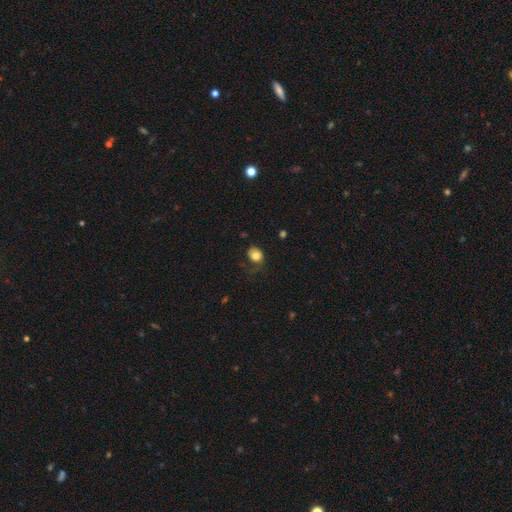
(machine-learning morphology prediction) The model was most divided on "how rounded": round: 53%, in between: 46%, cigar-shaped: 1%. More confident: smooth or featured — smooth (79%); merging — none (54%).